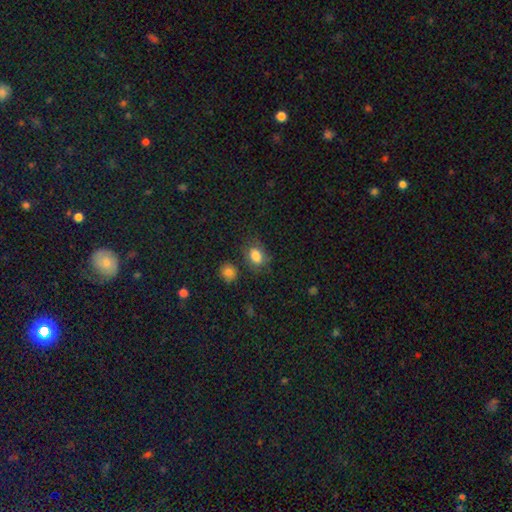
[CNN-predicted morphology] type=smooth (82%); roundness=in between (73%); merging=none (71%).